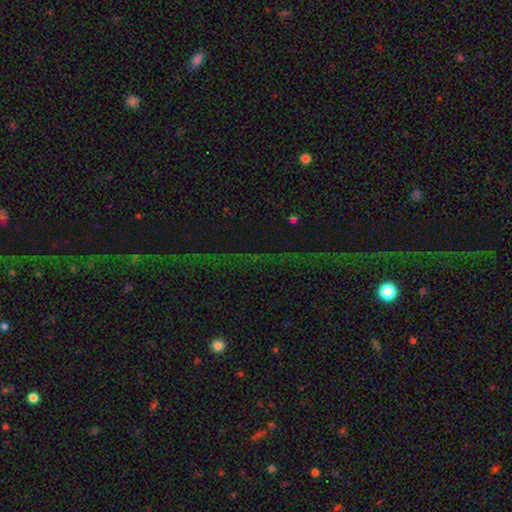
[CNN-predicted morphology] Smooth or featured? Predicted: star or artifact (p=0.79).